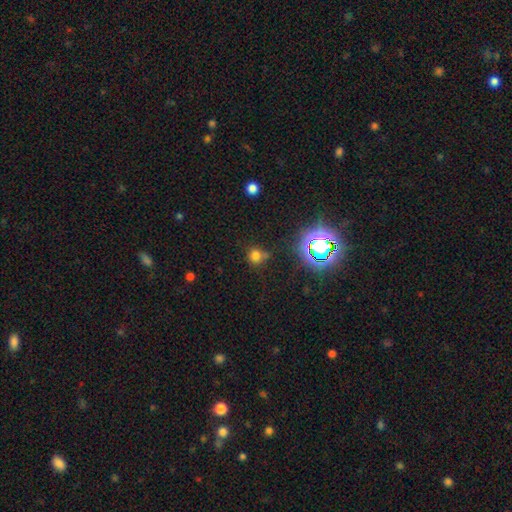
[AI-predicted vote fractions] This is likely a smooth galaxy (68%). How rounded: clearly round (87%). Merging: likely none (65%).